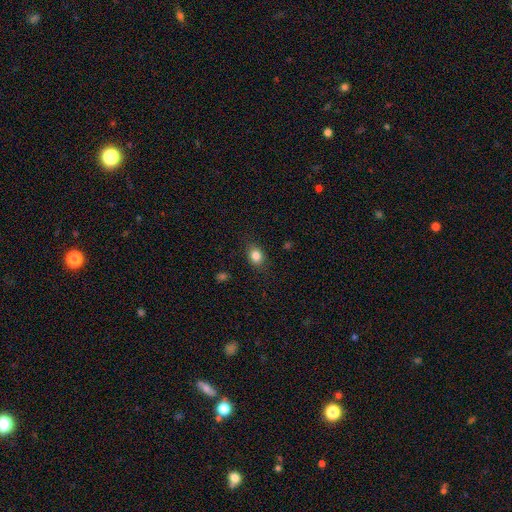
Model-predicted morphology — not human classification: A smooth galaxy with no disk features (84%) that is in between round and cigar-shaped (57%). Merging: none (84%).